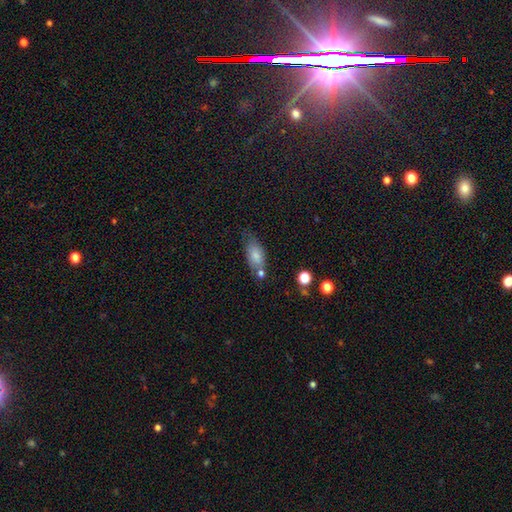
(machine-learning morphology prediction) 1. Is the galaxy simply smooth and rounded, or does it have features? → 79% smooth, 14% featured or disk, 8% star or artifact.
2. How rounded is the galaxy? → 85% in between, 11% cigar-shaped, 4% round.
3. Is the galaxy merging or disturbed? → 53% none, 24% minor disturbance, 15% merger, 8% major disturbance.